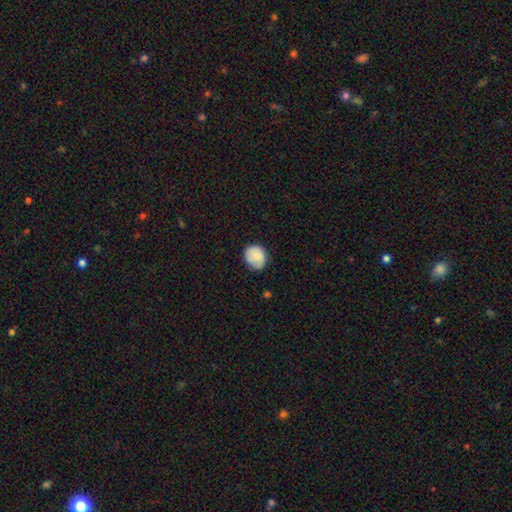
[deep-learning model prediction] A smooth galaxy with no disk features (80%) that is round (73%). Merging: none (73%).